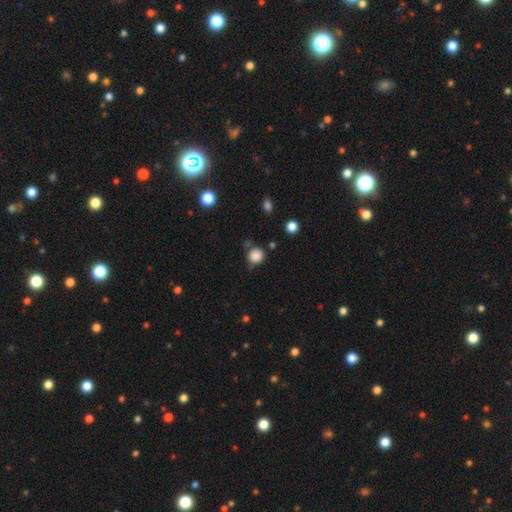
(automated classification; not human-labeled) Smooth or featured: smooth — 85% (star or artifact — 11%)
How rounded: round — 87% (in between — 12%)
Merging: none — 70% (minor disturbance — 18%)